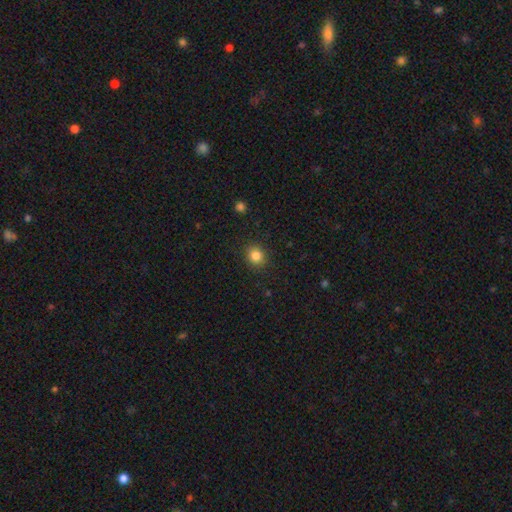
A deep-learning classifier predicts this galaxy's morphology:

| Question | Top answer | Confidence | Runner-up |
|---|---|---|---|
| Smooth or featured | smooth | 84% | star or artifact (11%) |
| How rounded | round | 78% | in between (21%) |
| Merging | none | 89% | minor disturbance (7%) |